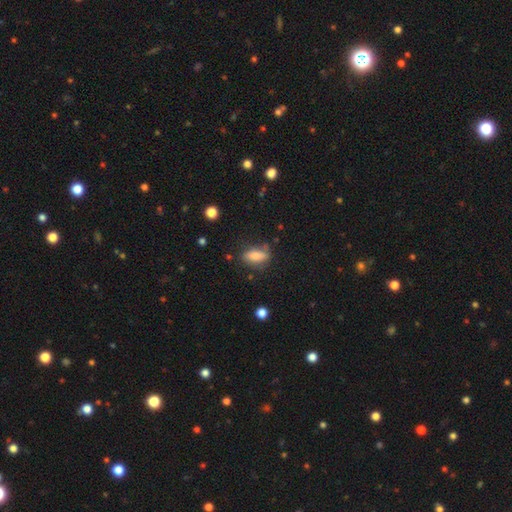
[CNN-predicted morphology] Smooth or featured? Predicted: smooth (p=0.79). How rounded? Predicted: in between (p=0.73). Merging? Predicted: none (p=0.70).